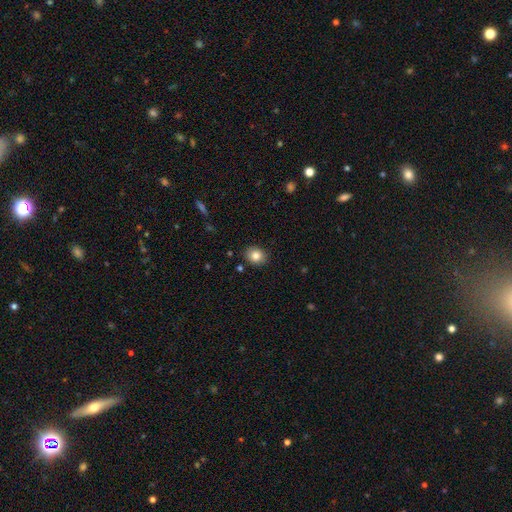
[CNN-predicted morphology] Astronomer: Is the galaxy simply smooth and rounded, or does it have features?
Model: smooth — 84%.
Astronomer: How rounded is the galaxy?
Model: round — 64%.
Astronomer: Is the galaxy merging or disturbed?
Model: none — 88%.